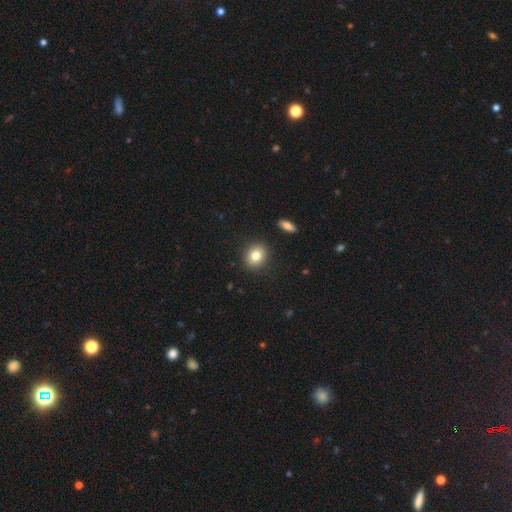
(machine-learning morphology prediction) Smooth or featured?
  - smooth: 81% *
  - star or artifact: 10%
  - featured or disk: 9%
How rounded?
  - round: 66% *
  - in between: 33%
  - cigar-shaped: 1%
Merging?
  - none: 89% *
  - minor disturbance: 7%
  - major disturbance: 2%
  - merger: 2%